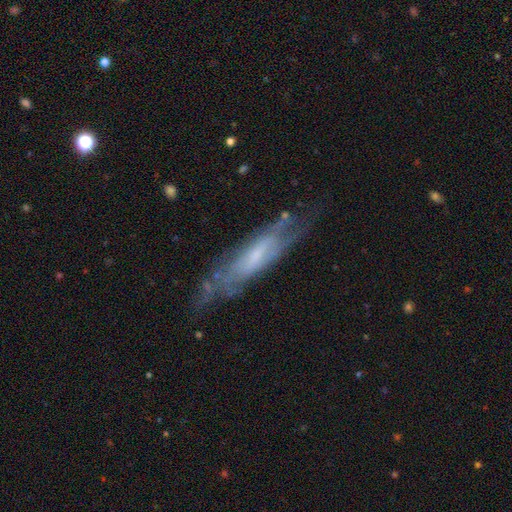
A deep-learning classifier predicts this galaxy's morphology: A featured or disk galaxy (67%). Merging: none (65%).